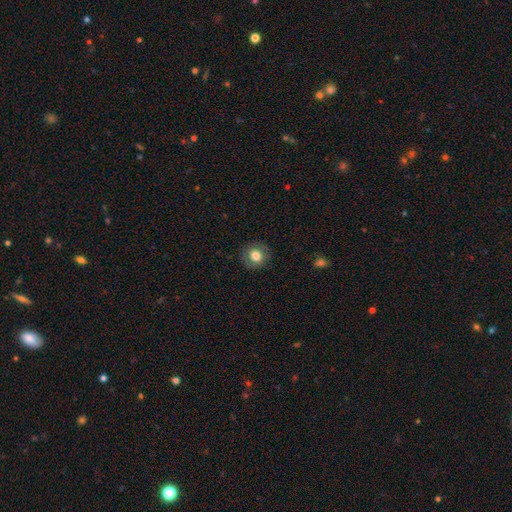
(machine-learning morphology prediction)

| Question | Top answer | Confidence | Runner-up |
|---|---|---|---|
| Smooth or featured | smooth | 75% | featured or disk (16%) |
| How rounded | round | 88% | in between (11%) |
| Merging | none | 87% | minor disturbance (9%) |